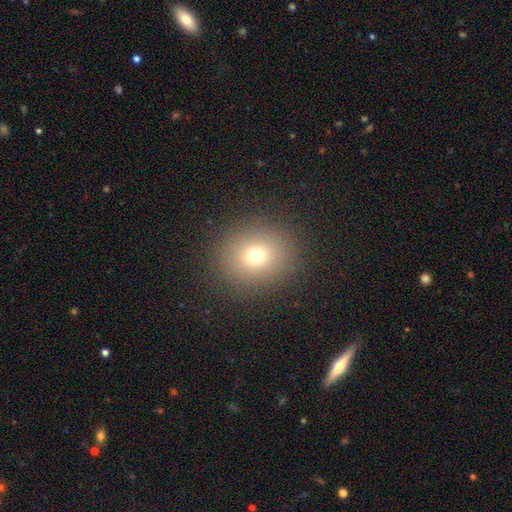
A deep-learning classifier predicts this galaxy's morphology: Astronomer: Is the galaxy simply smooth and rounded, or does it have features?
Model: smooth — 71%.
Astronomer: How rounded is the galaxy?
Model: round — 79%.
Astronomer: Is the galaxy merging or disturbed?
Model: none — 89%.